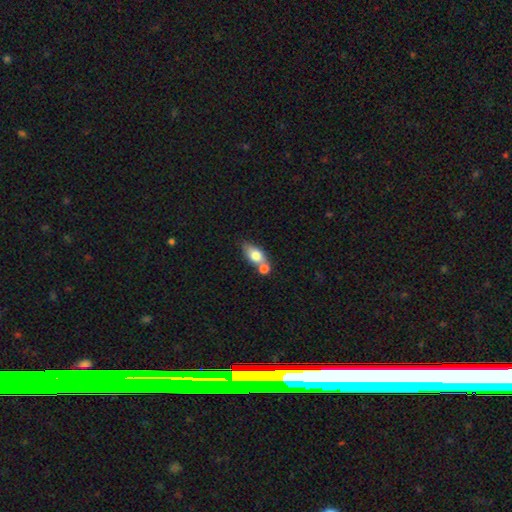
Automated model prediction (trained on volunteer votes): A smooth galaxy with no disk features (72%) that is in between round and cigar-shaped (76%).

Vote fractions:
- Smooth or featured? smooth: 72% / featured or disk: 20% / star or artifact: 7%
- How rounded? in between: 76% / round: 14% / cigar-shaped: 10%
- Merging? merger: 46% / none: 38% / minor disturbance: 11% / major disturbance: 5%